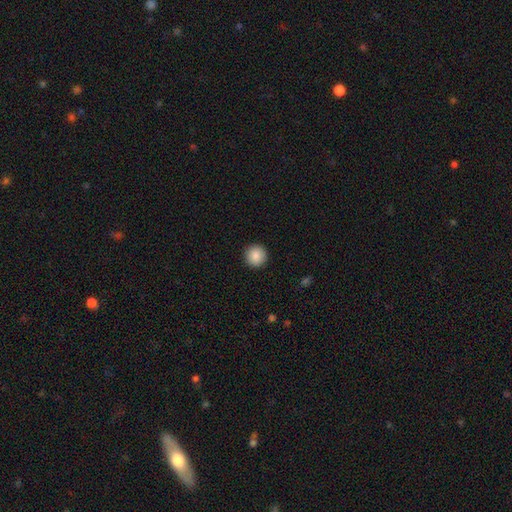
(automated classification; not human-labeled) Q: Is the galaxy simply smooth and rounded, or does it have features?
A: smooth — 88%.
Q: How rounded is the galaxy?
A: round — 95%.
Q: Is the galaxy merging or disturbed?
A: none — 92%.